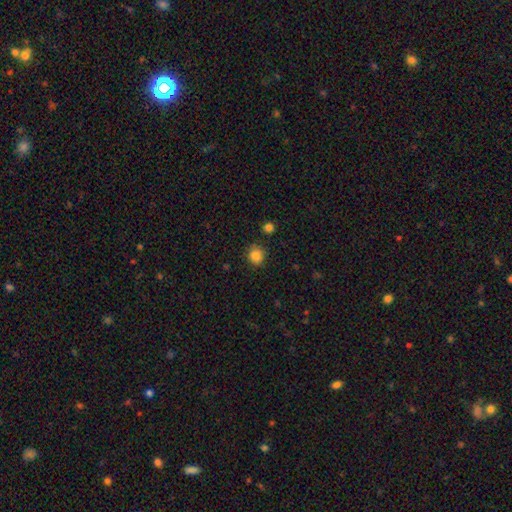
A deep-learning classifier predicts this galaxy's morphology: Smooth or featured? smooth (84%)
How rounded? round (85%)
Merging? none (83%)